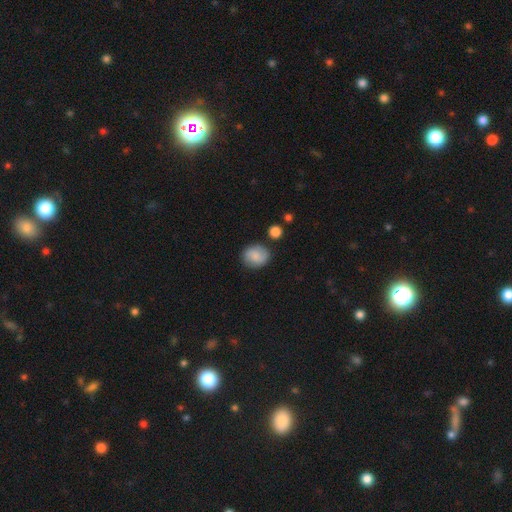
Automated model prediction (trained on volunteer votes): Smooth or featured: smooth — 65% (featured or disk — 27%)
How rounded: round — 69% (in between — 29%)
Merging: none — 80% (minor disturbance — 13%)